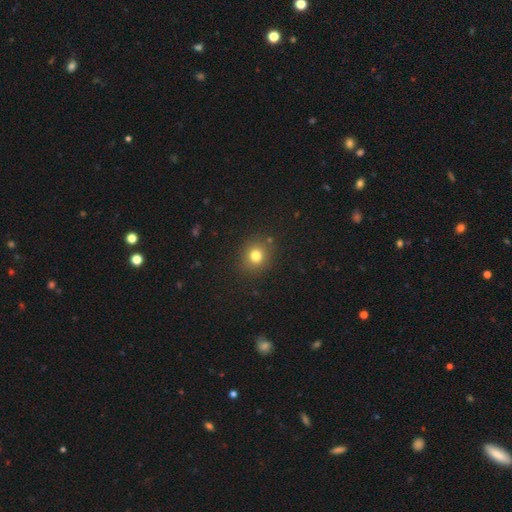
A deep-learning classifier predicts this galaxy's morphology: Smooth or featured: smooth — 77% (star or artifact — 15%)
How rounded: round — 82% (in between — 17%)
Merging: none — 86% (minor disturbance — 8%)